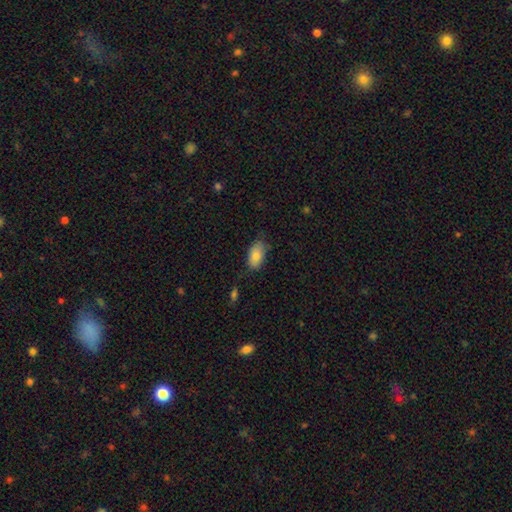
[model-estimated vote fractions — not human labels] Overall: smooth (84%). How rounded: in between (92%). Merging: none (73%).